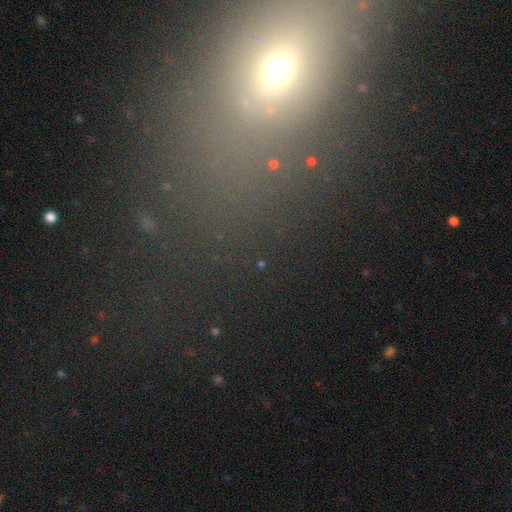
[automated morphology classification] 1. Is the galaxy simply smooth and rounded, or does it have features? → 45% star or artifact, 37% smooth, 18% featured or disk.